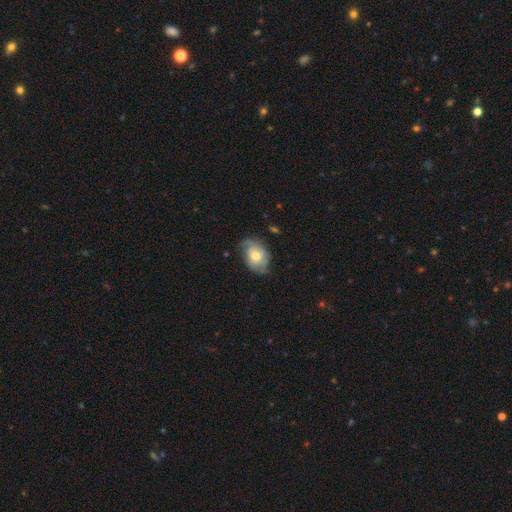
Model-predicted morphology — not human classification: A featured or disk galaxy (56%) with no bar (74%), spiral arms (79%) and a moderate central bulge (62%). Merging: none (56%).